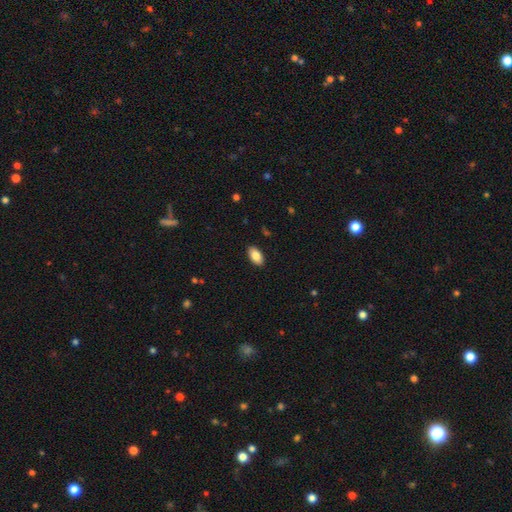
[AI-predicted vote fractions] Smooth or featured? Predicted: smooth (p=0.85). How rounded? Predicted: in between (p=0.94). Merging? Predicted: none (p=0.90).